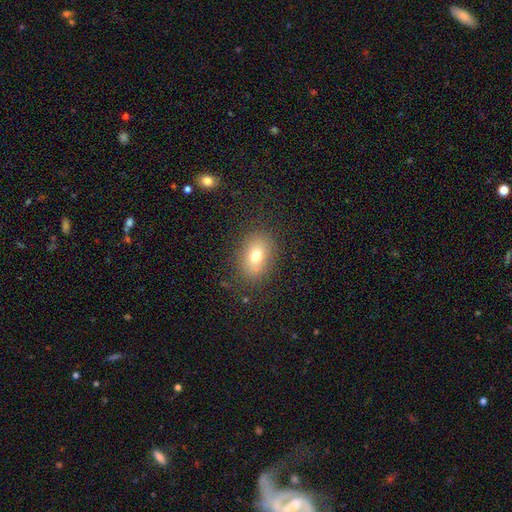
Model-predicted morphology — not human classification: Smooth or featured? smooth (72%)
How rounded? in between (69%)
Merging? none (83%)